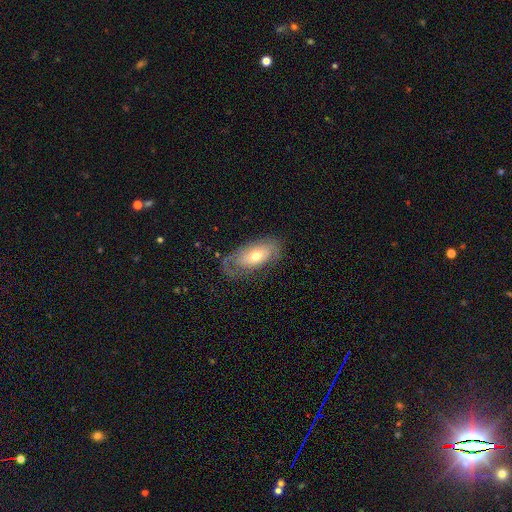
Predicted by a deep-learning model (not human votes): Smooth or featured?
  - featured or disk: 55% *
  - smooth: 39%
  - star or artifact: 7%
Edge-on disk?
  - no: 88% *
  - yes: 12%
Merging?
  - none: 56% *
  - minor disturbance: 24%
  - major disturbance: 19%
  - merger: 2%